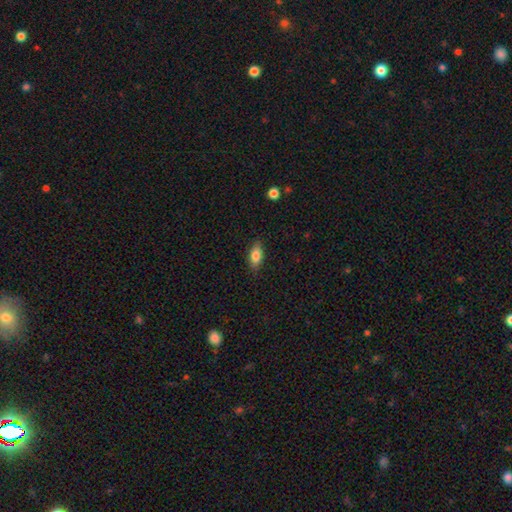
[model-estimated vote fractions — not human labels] Smooth or featured? smooth (79%)
How rounded? in between (82%)
Merging? none (85%)